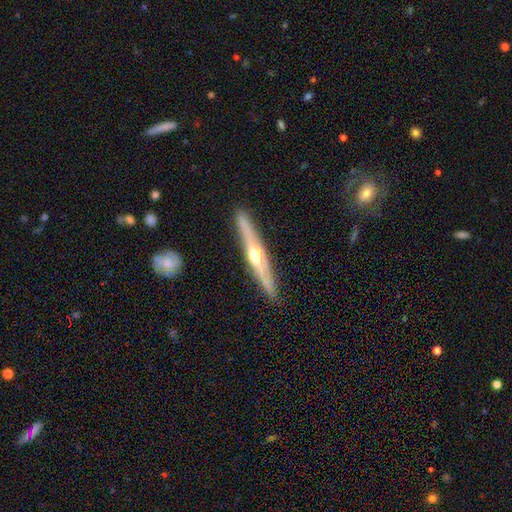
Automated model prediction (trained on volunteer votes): This is likely a featured or disk galaxy (69%). It is clearly viewed edge-on (93%). Edge-on bulge: clearly rounded (87%). Merging: clearly none (89%).